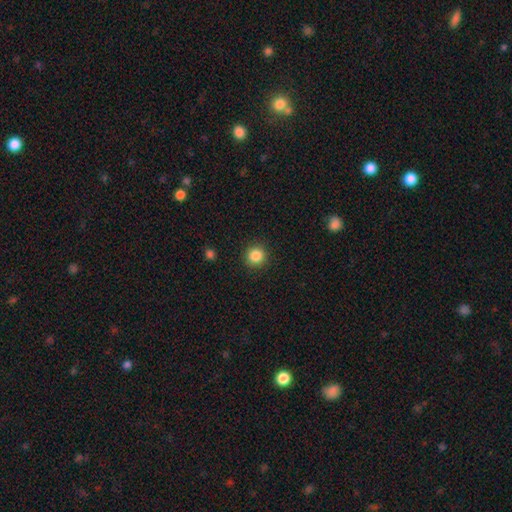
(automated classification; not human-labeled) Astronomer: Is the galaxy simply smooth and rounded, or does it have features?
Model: smooth — 86%.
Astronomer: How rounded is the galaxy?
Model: round — 94%.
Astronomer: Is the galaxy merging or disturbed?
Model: none — 91%.